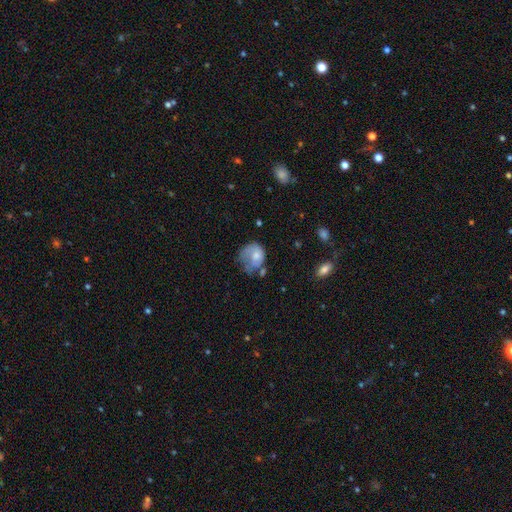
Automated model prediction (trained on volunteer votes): The model was most divided on "merging": major disturbance: 38%, minor disturbance: 28%, none: 26%, merger: 8%. More confident: smooth or featured — smooth (56%); how rounded — round (55%).